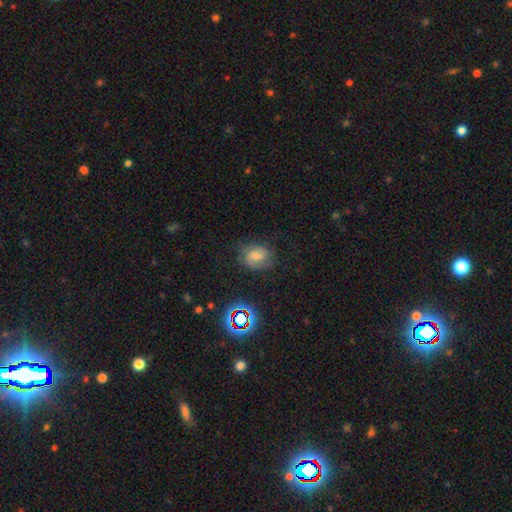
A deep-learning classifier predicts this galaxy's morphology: featured or disk 45%, smooth 35%, star or artifact 20%. Down the decision tree: merging — none (71%).